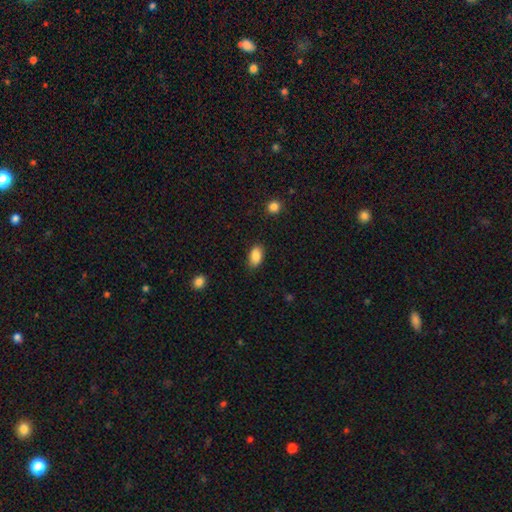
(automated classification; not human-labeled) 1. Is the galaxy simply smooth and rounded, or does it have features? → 88% smooth, 8% star or artifact, 4% featured or disk.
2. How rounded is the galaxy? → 92% in between, 6% round, 2% cigar-shaped.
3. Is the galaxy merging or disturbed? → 82% none, 14% minor disturbance, 3% major disturbance, 1% merger.